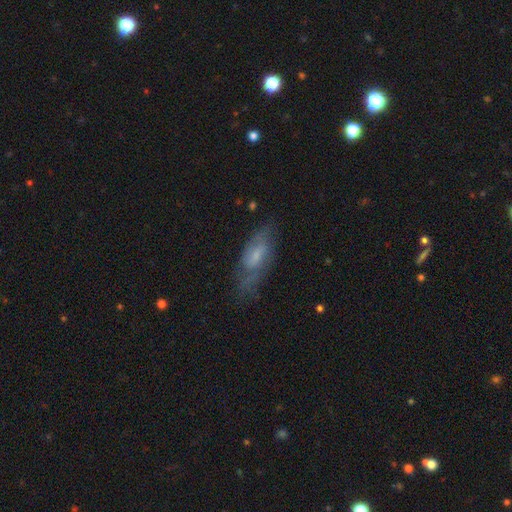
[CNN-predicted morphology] A featured or disk galaxy (52%). Merging: none (61%).